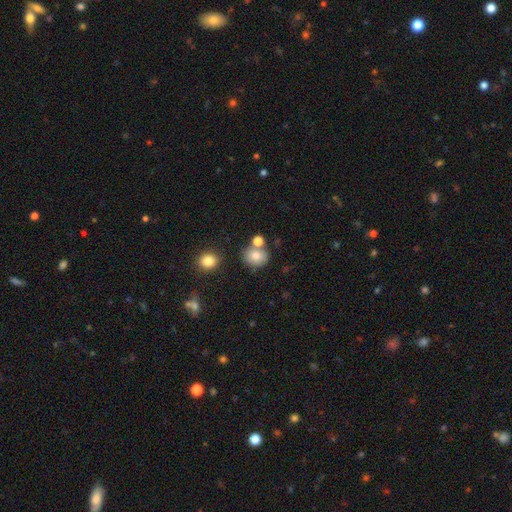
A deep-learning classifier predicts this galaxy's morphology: Smooth or featured? smooth (79%)
How rounded? round (72%)
Merging? none (64%)